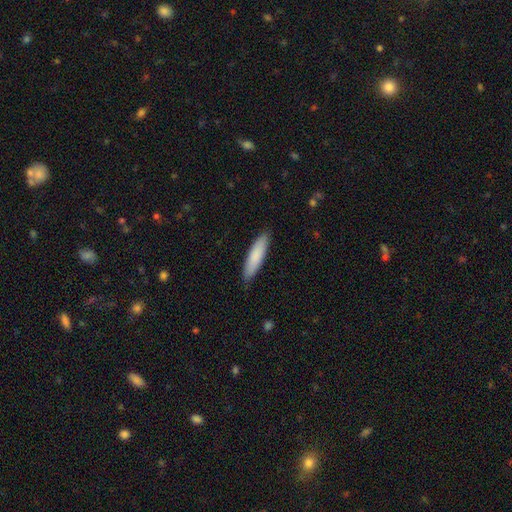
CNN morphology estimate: Overall: smooth (83%). How rounded: cigar-shaped (71%). Merging: none (85%).